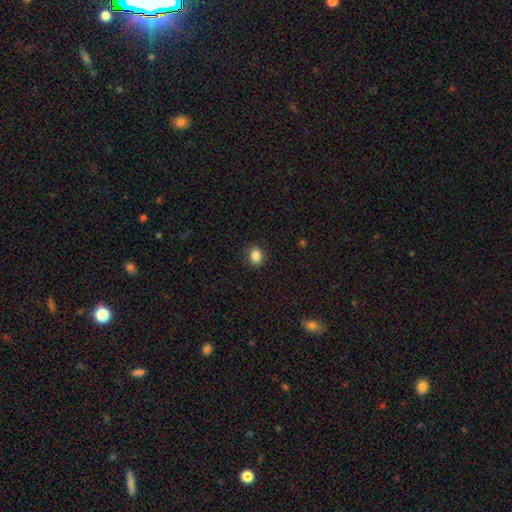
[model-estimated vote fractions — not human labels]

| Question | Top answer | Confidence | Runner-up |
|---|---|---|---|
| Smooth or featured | smooth | 86% | star or artifact (10%) |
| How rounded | round | 56% | in between (43%) |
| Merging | none | 86% | minor disturbance (10%) |